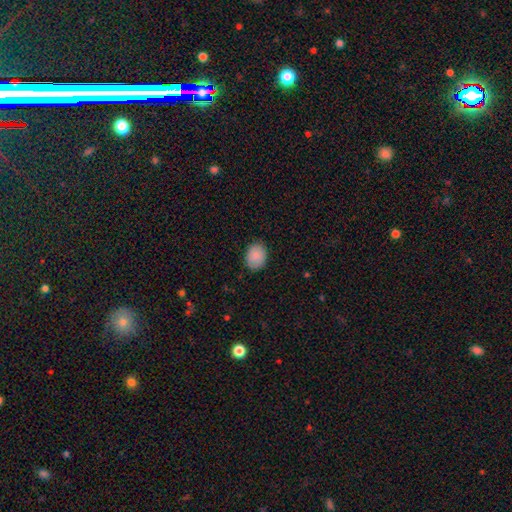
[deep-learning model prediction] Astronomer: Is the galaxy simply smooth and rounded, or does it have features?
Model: smooth — 88%.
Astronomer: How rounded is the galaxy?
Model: in between — 59% (runner-up: round, 40%).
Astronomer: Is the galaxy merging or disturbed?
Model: none — 84%.